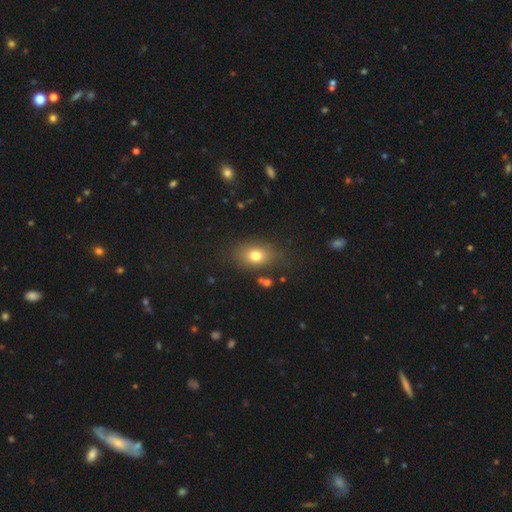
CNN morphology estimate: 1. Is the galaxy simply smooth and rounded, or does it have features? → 75% smooth, 12% featured or disk, 12% star or artifact.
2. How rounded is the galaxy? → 72% in between, 26% round, 2% cigar-shaped.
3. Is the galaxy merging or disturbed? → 76% none, 15% minor disturbance, 6% major disturbance, 3% merger.